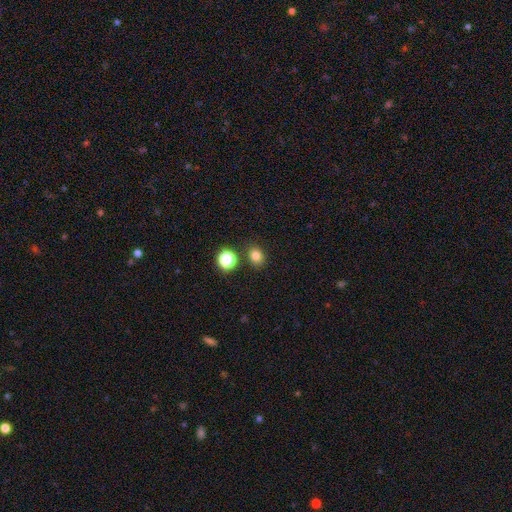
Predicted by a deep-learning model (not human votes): Smooth or featured? smooth (79%)
How rounded? round (63%)
Merging? none (83%)